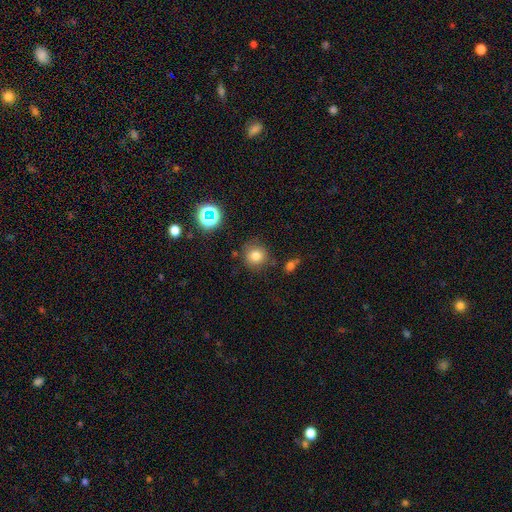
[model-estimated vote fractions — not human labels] Morphology: type=smooth (77%); roundness=round (91%); merging=none (81%).